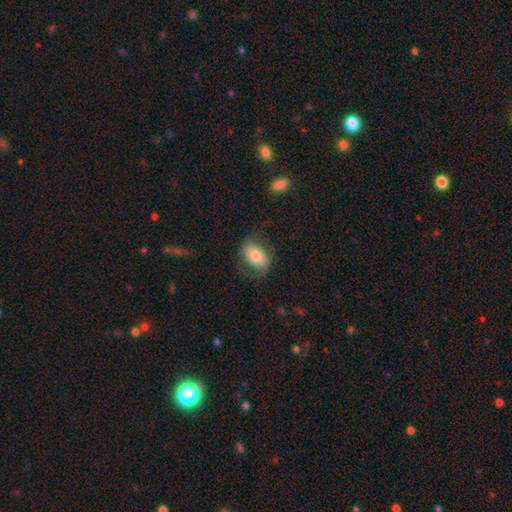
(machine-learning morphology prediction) Smooth or featured: smooth — 59% (featured or disk — 34%)
How rounded: in between — 85% (round — 13%)
Merging: none — 65% (minor disturbance — 20%)